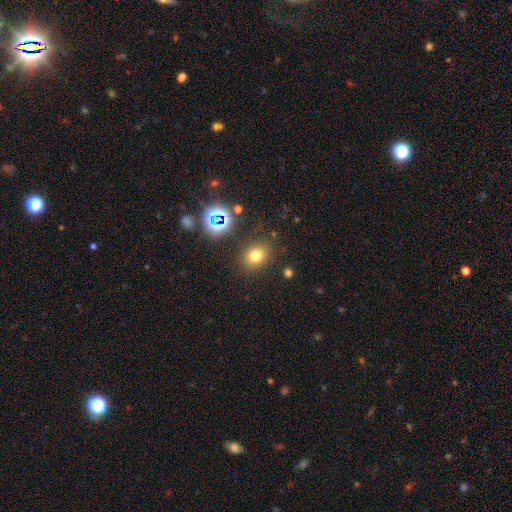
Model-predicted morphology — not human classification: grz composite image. It shows a smooth galaxy with no disk features (72%) that is round (56%). Merging: none (82%).